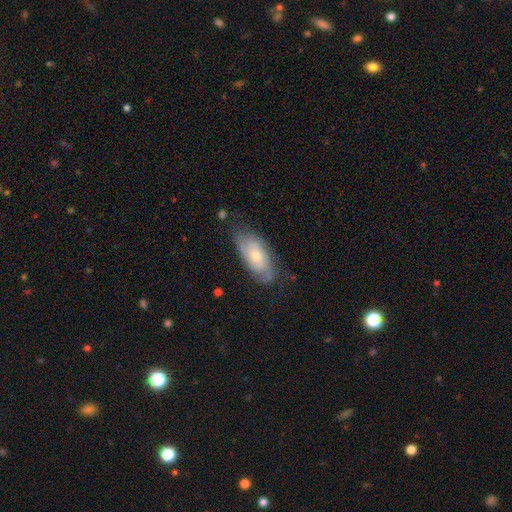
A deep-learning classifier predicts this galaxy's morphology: A featured or disk galaxy (50%).

Vote fractions:
- Smooth or featured? featured or disk: 50% / smooth: 44% / star or artifact: 7%
- Merging? none: 65% / minor disturbance: 26% / major disturbance: 8% / merger: 2%